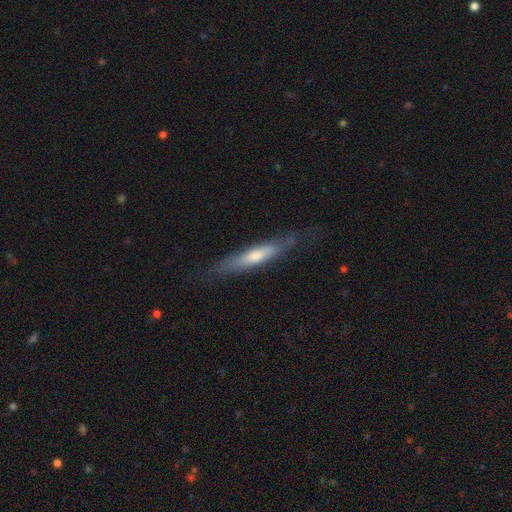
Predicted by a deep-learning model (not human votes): Overall: featured or disk (48%; smooth 45%). Merging: none (74%).